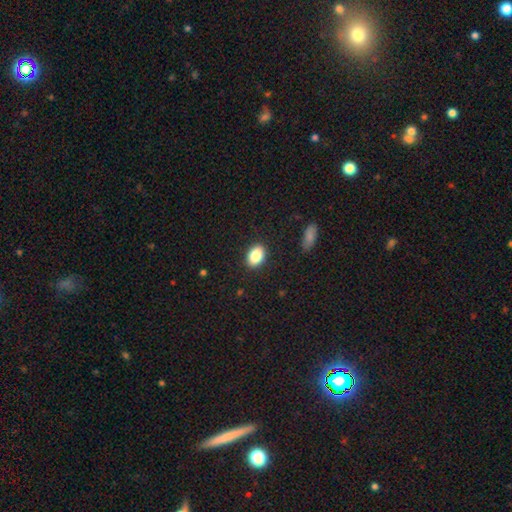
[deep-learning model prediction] Smooth or featured? Predicted: smooth (p=0.86). How rounded? Predicted: in between (p=0.82). Merging? Predicted: none (p=0.89).